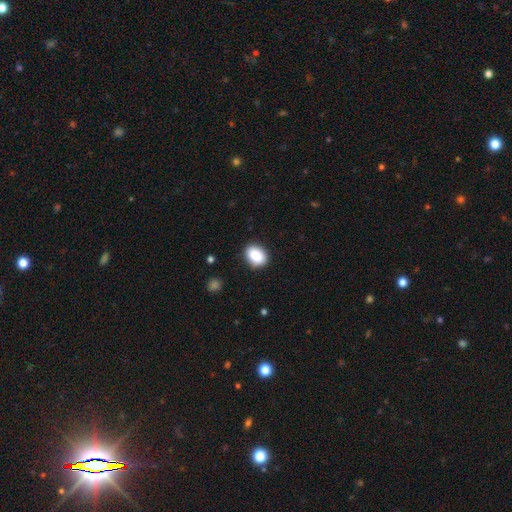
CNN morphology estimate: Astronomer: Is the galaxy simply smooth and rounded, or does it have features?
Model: smooth — 88%.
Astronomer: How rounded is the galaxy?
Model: in between — 72%.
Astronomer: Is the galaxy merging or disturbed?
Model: none — 84%.